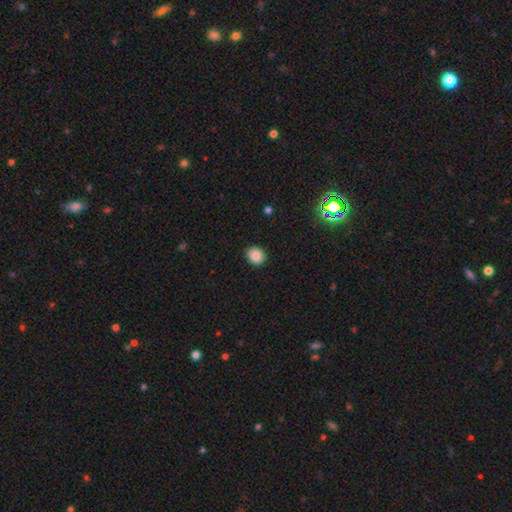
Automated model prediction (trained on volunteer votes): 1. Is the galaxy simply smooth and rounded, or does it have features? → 87% smooth, 10% star or artifact, 4% featured or disk.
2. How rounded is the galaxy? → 67% round, 32% in between, 1% cigar-shaped.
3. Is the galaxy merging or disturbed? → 90% none, 7% minor disturbance, 2% major disturbance, 1% merger.